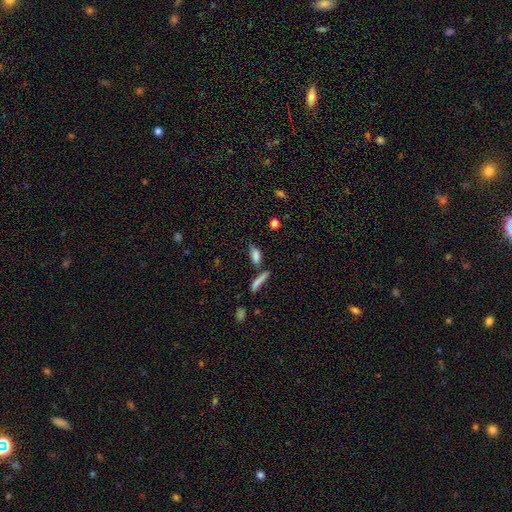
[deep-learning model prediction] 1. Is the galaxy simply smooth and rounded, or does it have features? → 80% smooth, 11% featured or disk, 9% star or artifact.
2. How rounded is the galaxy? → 63% in between, 33% cigar-shaped, 4% round.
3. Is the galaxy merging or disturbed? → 52% none, 26% merger, 16% minor disturbance, 6% major disturbance.